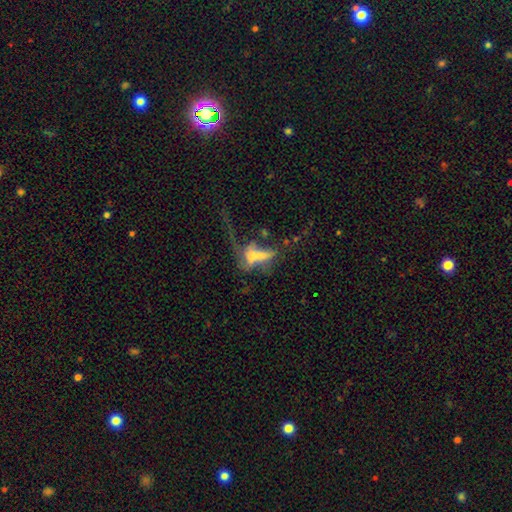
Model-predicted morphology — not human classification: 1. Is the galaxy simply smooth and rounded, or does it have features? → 44% featured or disk, 42% smooth, 14% star or artifact.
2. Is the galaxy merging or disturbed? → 42% merger, 33% major disturbance, 15% none, 9% minor disturbance.